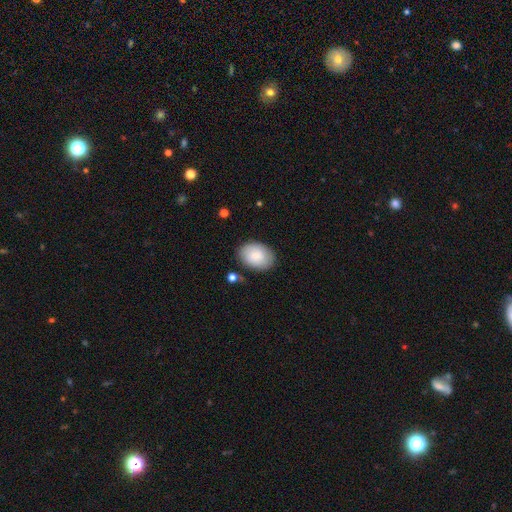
smooth 85%, star or artifact 10%, featured or disk 5%. Down the decision tree: how rounded — in between (74%); merging — none (81%).